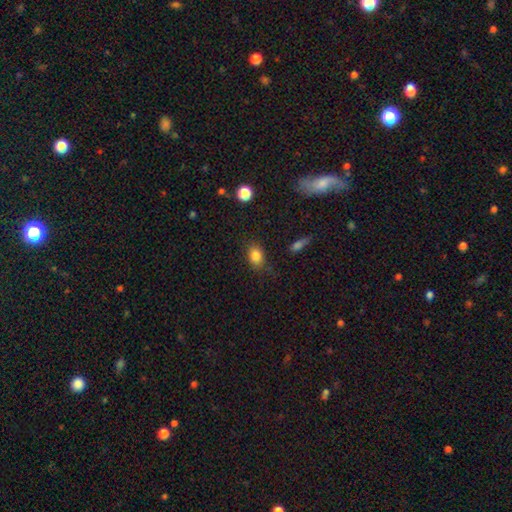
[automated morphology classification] This is clearly a smooth galaxy (84%). How rounded: likely in between (70%). Merging: likely none (79%).